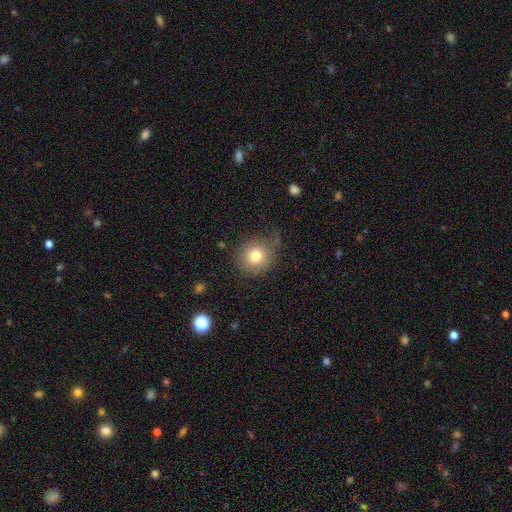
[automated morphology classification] Smooth or featured?
  - smooth: 77% *
  - featured or disk: 11%
  - star or artifact: 11%
How rounded?
  - round: 89% *
  - in between: 10%
  - cigar-shaped: 1%
Merging?
  - none: 70% *
  - minor disturbance: 20%
  - major disturbance: 8%
  - merger: 3%